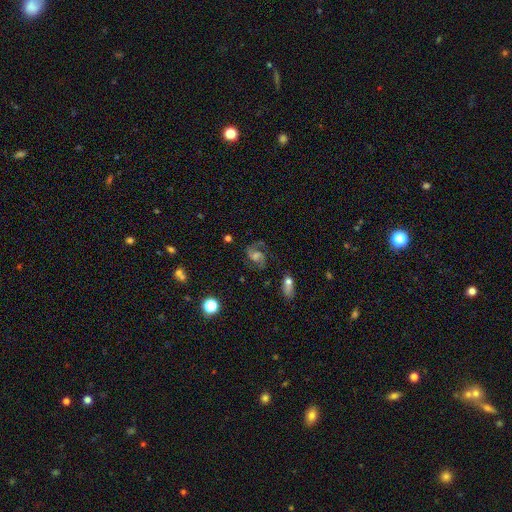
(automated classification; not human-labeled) This appears to be a featured or disk galaxy (81%) with a weak bar (47%), 2 (88%) medium (57%) spiral arms (96%) and a moderate central bulge (44%). Merging: none (72%).